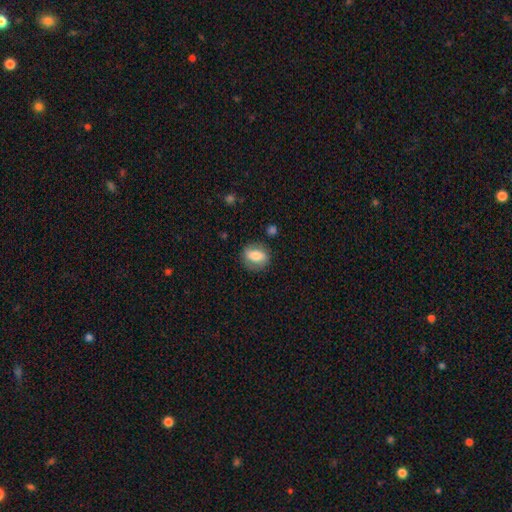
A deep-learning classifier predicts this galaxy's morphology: Smooth or featured? Predicted: smooth (p=0.73). How rounded? Predicted: in between (p=0.60). Merging? Predicted: none (p=0.81).